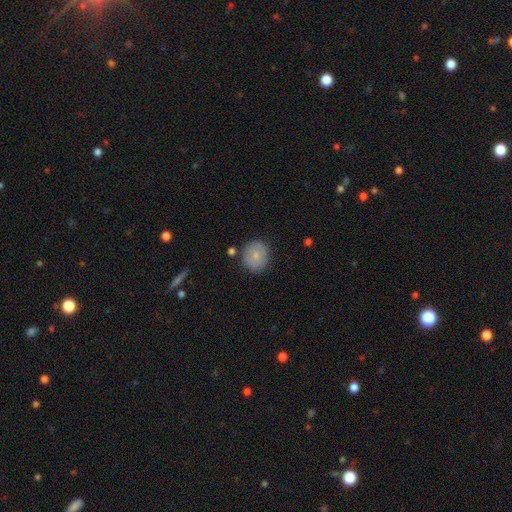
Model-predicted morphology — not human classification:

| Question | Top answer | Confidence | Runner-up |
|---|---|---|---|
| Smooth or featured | smooth | 77% | featured or disk (15%) |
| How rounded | round | 81% | in between (18%) |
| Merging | none | 80% | minor disturbance (13%) |